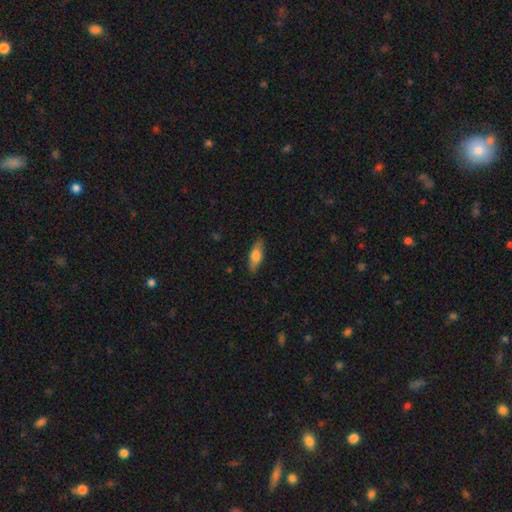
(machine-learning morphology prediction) The model was most divided on "how rounded": in between: 63%, cigar-shaped: 34%, round: 3%. More confident: merging — none (87%); smooth or featured — smooth (68%).